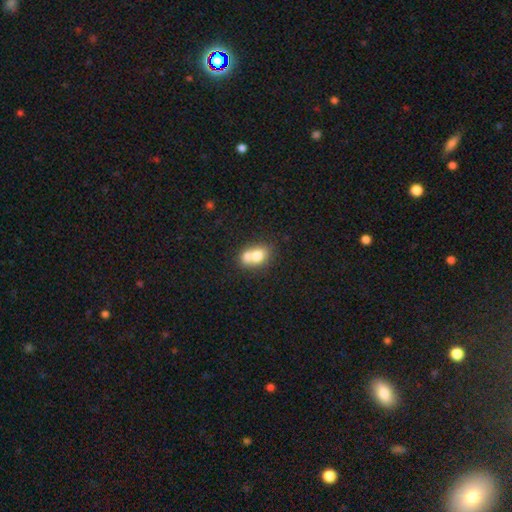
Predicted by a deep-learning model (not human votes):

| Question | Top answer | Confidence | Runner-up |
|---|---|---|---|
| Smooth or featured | smooth | 70% | featured or disk (21%) |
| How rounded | in between | 55% | round (43%) |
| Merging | merger | 62% | none (26%) |